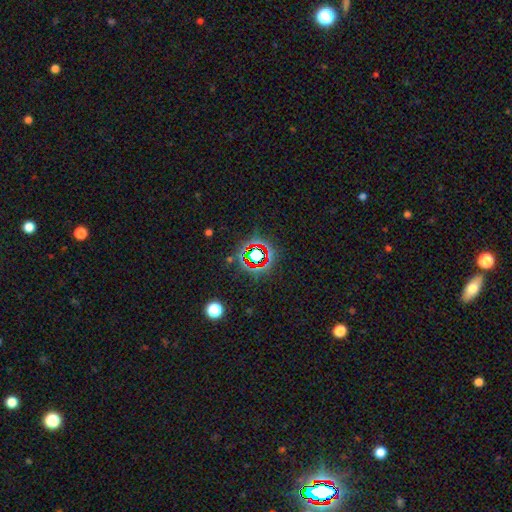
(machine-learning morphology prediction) A star or artifact, not a galaxy (74%).